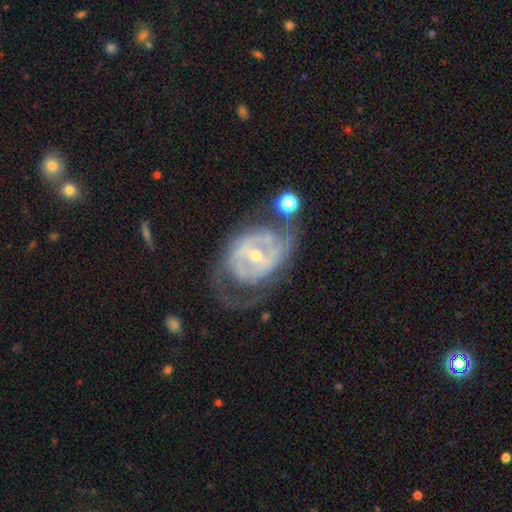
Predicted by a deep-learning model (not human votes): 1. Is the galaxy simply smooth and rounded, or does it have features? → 85% featured or disk, 9% smooth, 6% star or artifact.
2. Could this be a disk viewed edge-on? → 95% no, 5% yes.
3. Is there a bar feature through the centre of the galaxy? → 41% weak, 37% strong, 22% no.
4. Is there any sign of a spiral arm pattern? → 83% yes, 17% no.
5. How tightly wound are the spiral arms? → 46% tight, 39% medium, 15% loose.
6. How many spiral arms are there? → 51% 2, 28% can't tell, 10% 3, 5% 1, 3% 4, 3% more than 4.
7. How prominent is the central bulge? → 59% small, 37% moderate, 2% large, 1% none, 1% dominant.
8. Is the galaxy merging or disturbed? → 53% none, 21% minor disturbance, 21% major disturbance, 5% merger.